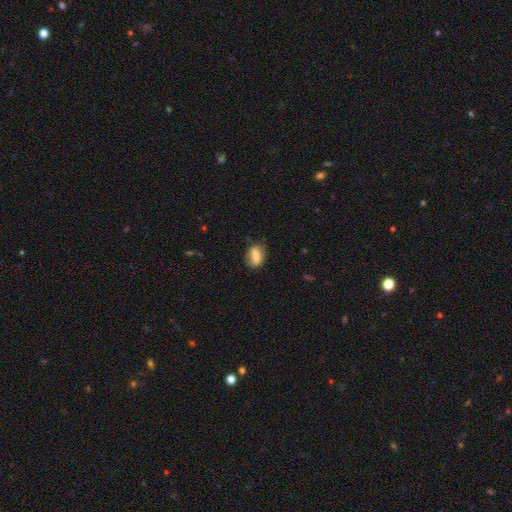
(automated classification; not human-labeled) This appears to be a smooth galaxy with no disk features (74%) that is in between round and cigar-shaped (80%). Merging: none (70%).